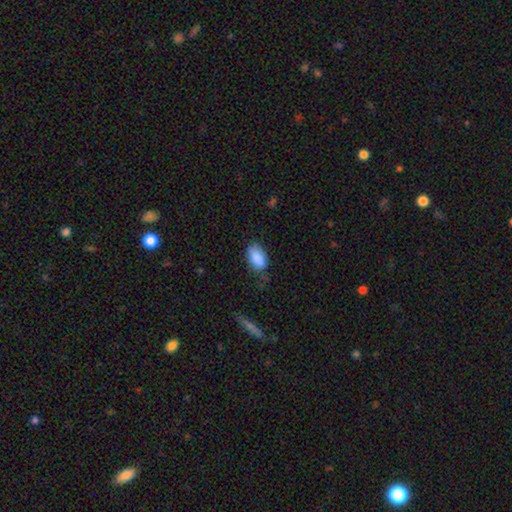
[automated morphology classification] This is clearly a smooth galaxy (87%). How rounded: clearly in between (92%). Merging: likely none (62%).